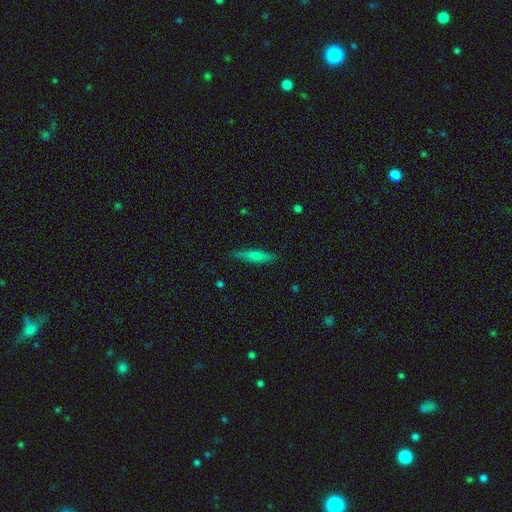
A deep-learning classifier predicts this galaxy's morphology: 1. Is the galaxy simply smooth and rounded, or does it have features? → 67% smooth, 27% featured or disk, 7% star or artifact.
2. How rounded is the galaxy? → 84% cigar-shaped, 14% in between, 2% round.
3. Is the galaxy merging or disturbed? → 86% none, 11% minor disturbance, 2% major disturbance, 1% merger.